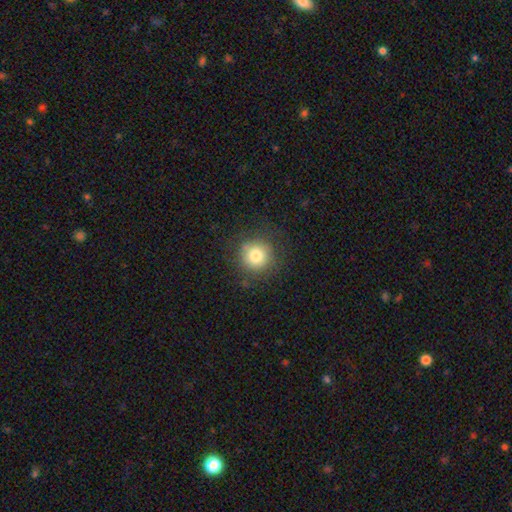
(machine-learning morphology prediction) Smooth or featured? Predicted: smooth (p=0.79). How rounded? Predicted: round (p=0.94). Merging? Predicted: none (p=0.83).